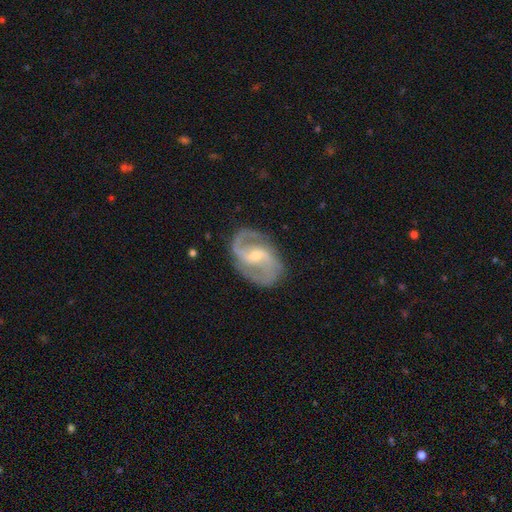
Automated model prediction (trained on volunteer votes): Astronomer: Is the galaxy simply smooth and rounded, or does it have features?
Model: featured or disk — 91%.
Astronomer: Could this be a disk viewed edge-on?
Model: no — 97%.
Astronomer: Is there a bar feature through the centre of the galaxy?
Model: weak — 46% (runner-up: strong, 30%).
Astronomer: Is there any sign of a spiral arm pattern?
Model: yes — 97%.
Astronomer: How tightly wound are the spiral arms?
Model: medium — 55%.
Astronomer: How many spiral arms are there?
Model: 2 — 92%.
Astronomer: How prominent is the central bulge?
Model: small — 56% (runner-up: moderate, 41%).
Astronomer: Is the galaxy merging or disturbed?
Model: none — 81%.